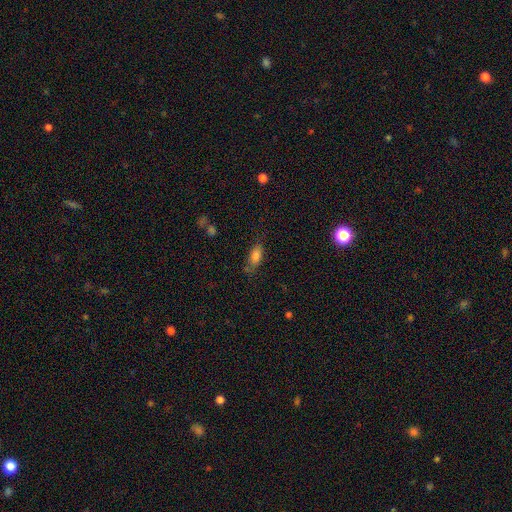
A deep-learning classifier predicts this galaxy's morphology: This appears to be a smooth galaxy with no disk features (81%) that is in between round and cigar-shaped (84%). Merging: none (68%).